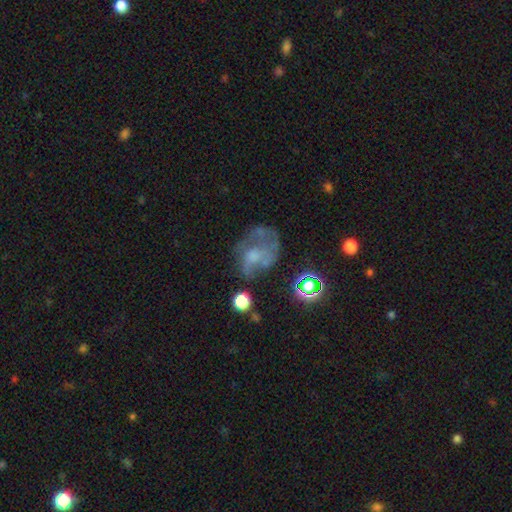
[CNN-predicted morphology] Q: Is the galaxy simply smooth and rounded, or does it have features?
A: featured or disk — 52%.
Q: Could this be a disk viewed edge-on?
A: no — 97%.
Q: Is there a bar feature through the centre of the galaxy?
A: no — 80%.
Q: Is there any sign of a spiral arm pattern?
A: no — 54%.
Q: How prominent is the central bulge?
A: none — 38%.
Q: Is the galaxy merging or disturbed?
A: none — 37%.